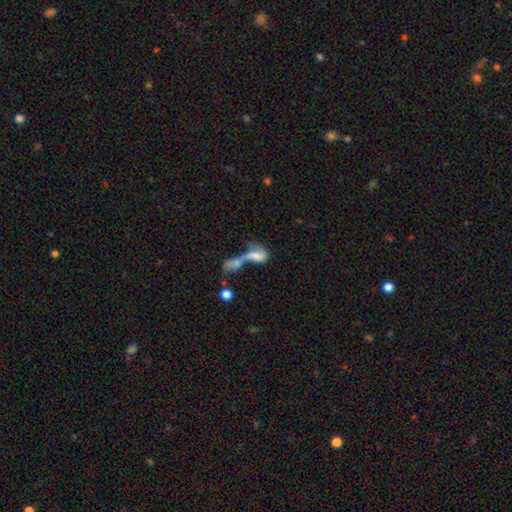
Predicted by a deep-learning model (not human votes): Smooth or featured?
  - smooth: 56% *
  - featured or disk: 34%
  - star or artifact: 11%
How rounded?
  - in between: 75% *
  - cigar-shaped: 17%
  - round: 9%
Merging?
  - merger: 73% *
  - major disturbance: 12%
  - none: 9%
  - minor disturbance: 5%